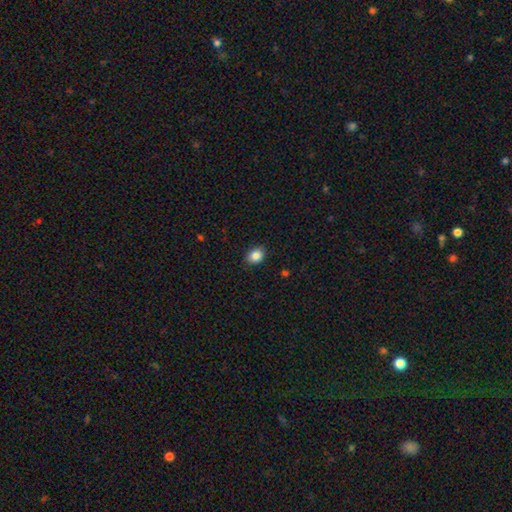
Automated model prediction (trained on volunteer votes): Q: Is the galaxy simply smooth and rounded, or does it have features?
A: smooth — 86%.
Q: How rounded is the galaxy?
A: in between — 66%.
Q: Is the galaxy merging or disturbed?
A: none — 89%.